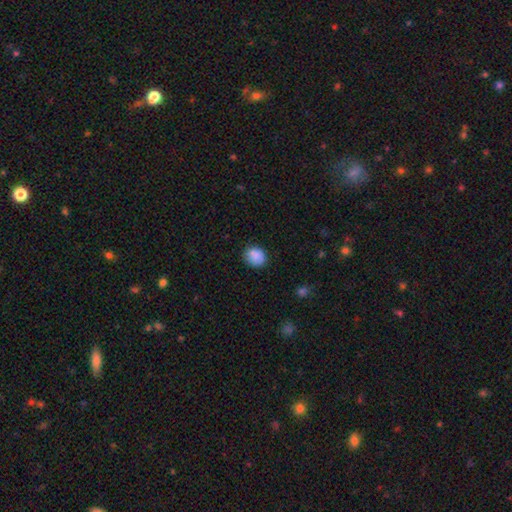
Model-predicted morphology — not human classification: A smooth galaxy with no disk features (86%) that is round (66%). Merging: none (78%).